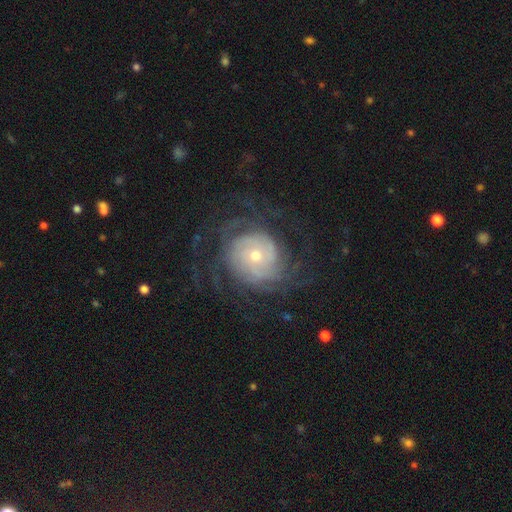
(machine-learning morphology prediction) A featured or disk galaxy (81%) with no bar (78%), tight (63%) spiral arms (92%) and a small central bulge (58%).

Vote fractions:
- Smooth or featured? featured or disk: 81% / smooth: 11% / star or artifact: 7%
- Edge-on disk? no: 97% / yes: 3%
- Bar? no: 78% / weak: 17% / strong: 5%
- Spiral arms? yes: 92% / no: 8%
- Spiral winding? tight: 63% / medium: 26% / loose: 11%
- Spiral arm count? can't tell: 41% / 2: 16% / 4: 13% / 3: 12% / more than 4: 11% / 1: 7%
- Bulge size? small: 58% / moderate: 36% / large: 4% / dominant: 1% / none: 1%
- Merging? none: 69% / major disturbance: 16% / minor disturbance: 14% / merger: 1%